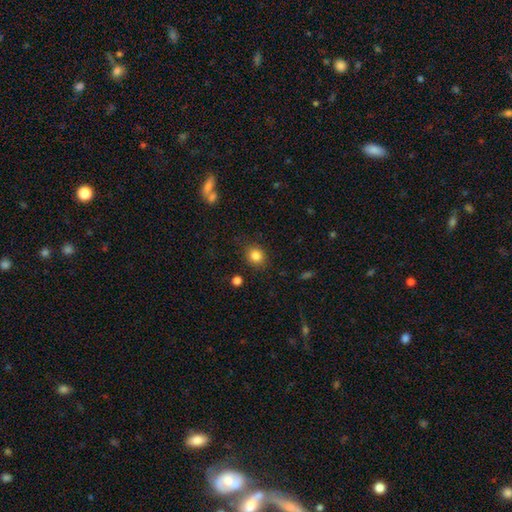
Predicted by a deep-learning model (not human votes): smooth_or_featured: smooth (p=0.84) [alt: star or artifact p=0.11]
how_rounded: round (p=0.78) [alt: in between p=0.21]
merging: none (p=0.86) [alt: minor disturbance p=0.09]